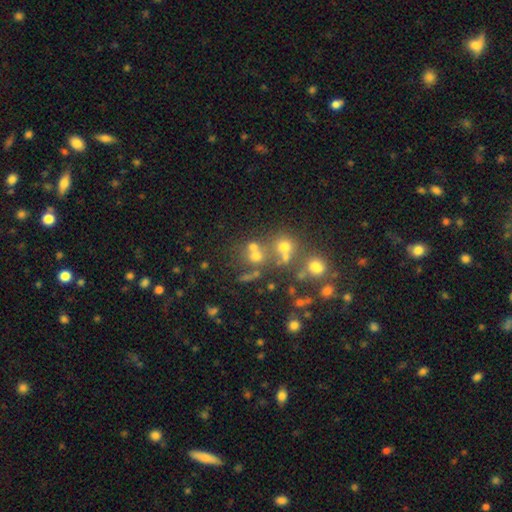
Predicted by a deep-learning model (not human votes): Smooth or featured?
  - smooth: 58% *
  - star or artifact: 23%
  - featured or disk: 19%
How rounded?
  - round: 80% *
  - in between: 18%
  - cigar-shaped: 2%
Merging?
  - none: 50% *
  - merger: 35%
  - minor disturbance: 9%
  - major disturbance: 7%